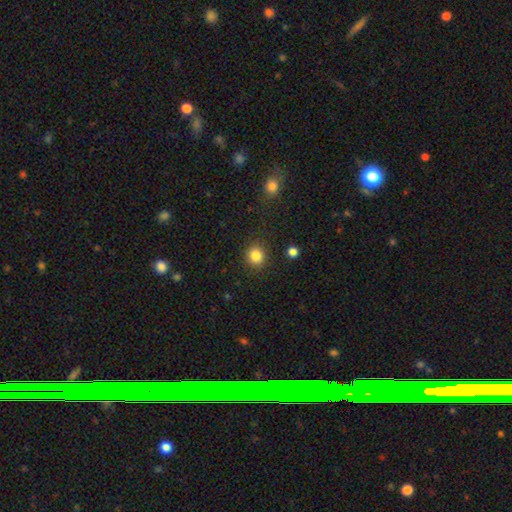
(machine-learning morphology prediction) This is clearly a smooth galaxy (85%). How rounded: clearly round (88%). Merging: clearly none (89%).